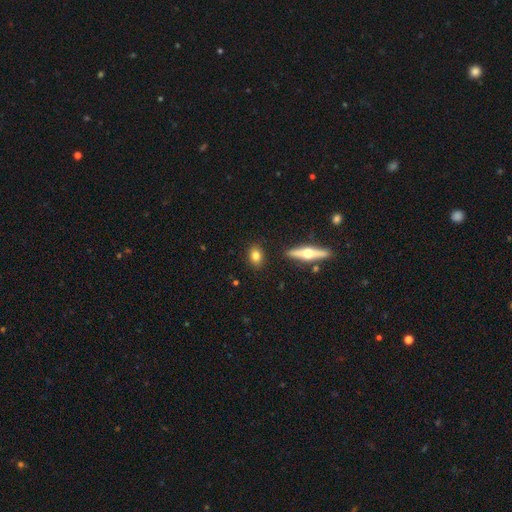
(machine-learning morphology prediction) Overall: smooth (77%). How rounded: in between (66%; round 28%). Merging: none (89%).